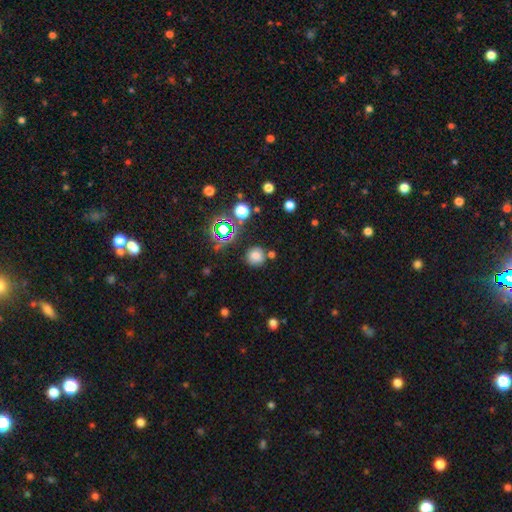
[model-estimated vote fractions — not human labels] A smooth galaxy with no disk features (71%) that is round (90%).

Vote fractions:
- Smooth or featured? smooth: 71% / star or artifact: 20% / featured or disk: 8%
- How rounded? round: 90% / in between: 9% / cigar-shaped: 1%
- Merging? none: 77% / minor disturbance: 11% / merger: 8% / major disturbance: 4%